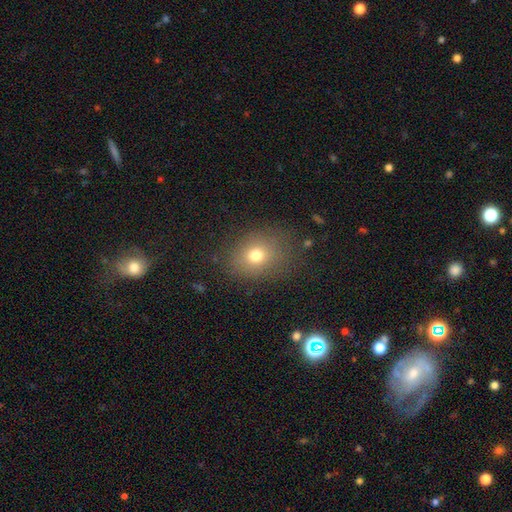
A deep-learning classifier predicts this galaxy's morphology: smooth_or_featured: smooth (p=0.73) [alt: star or artifact p=0.15]
how_rounded: round (p=0.55) [alt: in between p=0.44]
merging: none (p=0.79) [alt: minor disturbance p=0.13]